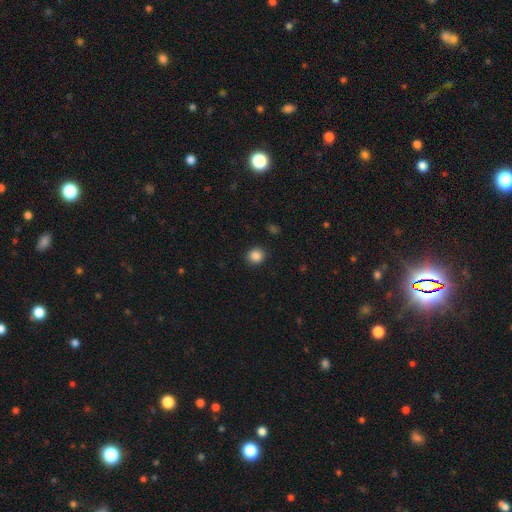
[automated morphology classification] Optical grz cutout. It shows a smooth galaxy with no disk features (86%) that is round (86%). Merging: none (90%).